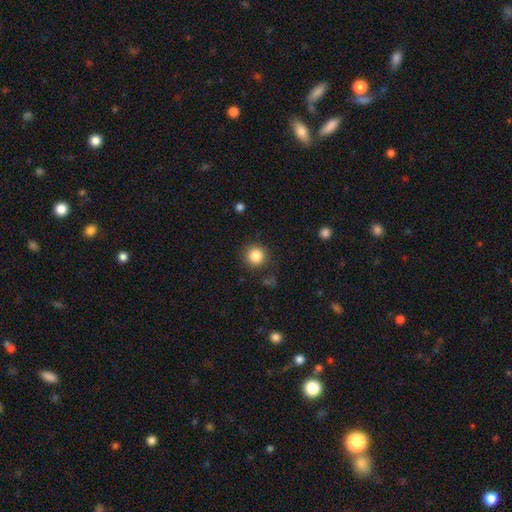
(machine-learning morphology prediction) smooth_or_featured: smooth (p=0.85) [alt: star or artifact p=0.10]
how_rounded: round (p=0.94) [alt: in between p=0.05]
merging: none (p=0.88) [alt: minor disturbance p=0.08]